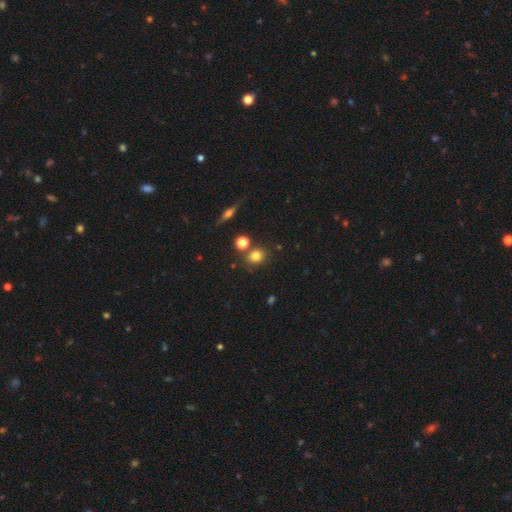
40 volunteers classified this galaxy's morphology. Volunteers were most divided on "how rounded": round: 71%, in between: 26%, cigar-shaped: 3%. More confident: smooth or featured — smooth (78%); merging — none (69%).